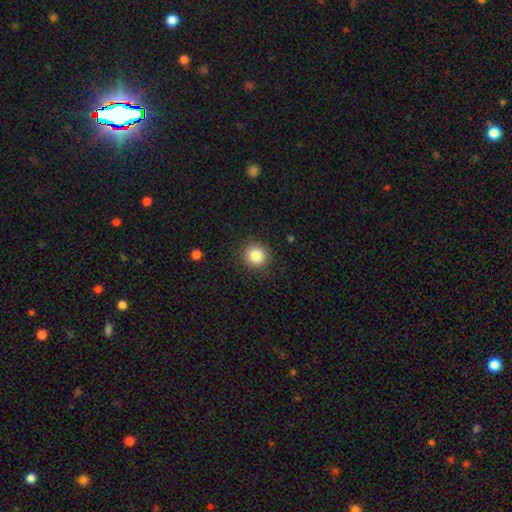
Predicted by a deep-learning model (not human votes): smooth-or-featured: smooth: 85% | star or artifact: 10% | featured or disk: 5%
  how-rounded: round: 94% | in between: 6% | cigar-shaped: 1%
  merging: none: 89% | minor disturbance: 7% | major disturbance: 3% | merger: 1%